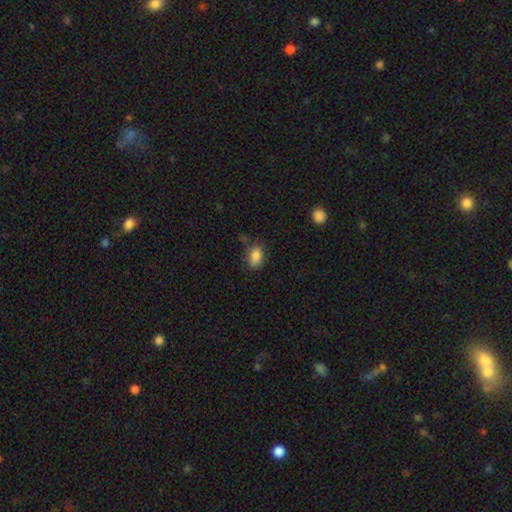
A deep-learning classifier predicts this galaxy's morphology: type=smooth (86%); roundness=in between (85%); merging=none (73%).